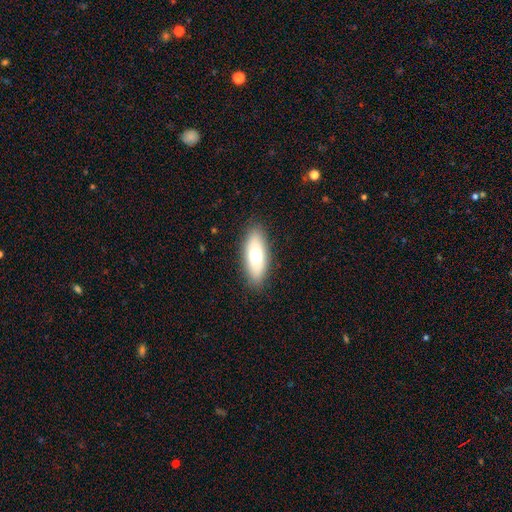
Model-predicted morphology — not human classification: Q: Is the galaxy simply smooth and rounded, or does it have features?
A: smooth — 66%.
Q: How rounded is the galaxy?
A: in between — 74%.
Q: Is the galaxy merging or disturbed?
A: none — 87%.